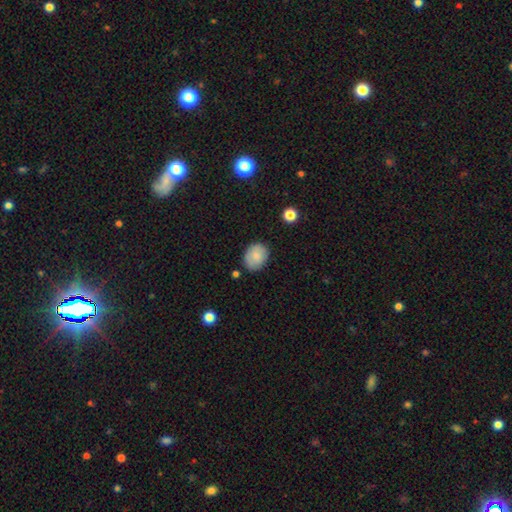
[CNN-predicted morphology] type=smooth (83%); roundness=in between (62%); merging=none (78%).